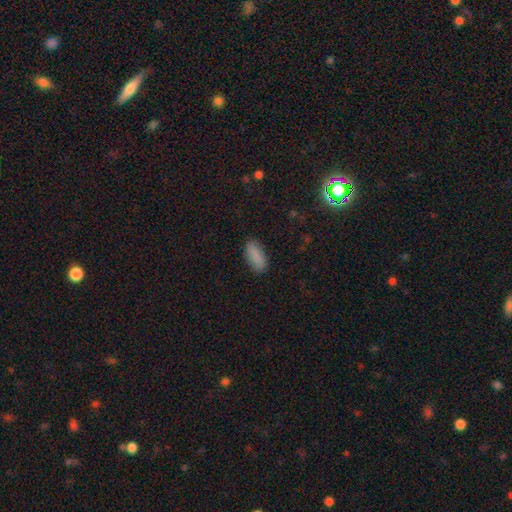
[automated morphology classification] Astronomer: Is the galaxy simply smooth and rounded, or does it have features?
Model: smooth — 87%.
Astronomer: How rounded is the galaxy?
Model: in between — 81%.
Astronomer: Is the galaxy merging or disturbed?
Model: none — 85%.